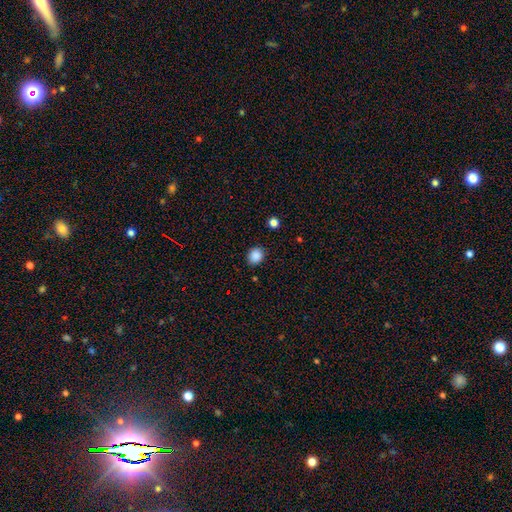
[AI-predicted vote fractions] Smooth or featured?
  - smooth: 87% *
  - star or artifact: 10%
  - featured or disk: 3%
How rounded?
  - round: 68% *
  - in between: 31%
  - cigar-shaped: 1%
Merging?
  - none: 86% *
  - minor disturbance: 10%
  - major disturbance: 2%
  - merger: 2%